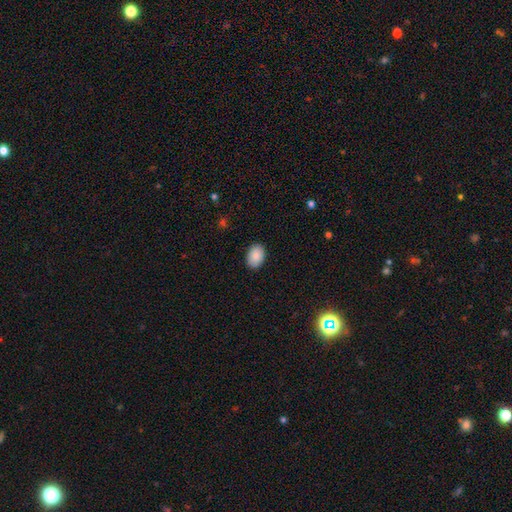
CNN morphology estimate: smooth_or_featured: smooth (p=0.90) [alt: star or artifact p=0.07]
how_rounded: in between (p=0.83) [alt: round p=0.16]
merging: none (p=0.87) [alt: minor disturbance p=0.10]